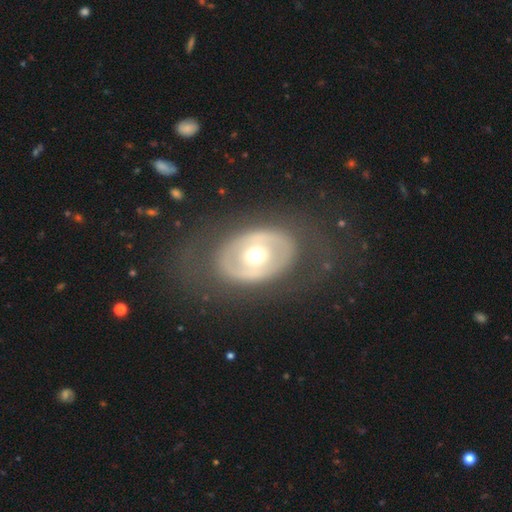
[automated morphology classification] This appears to be a featured or disk galaxy (62%) with no bar (74%), no spiral arms (84%) and a moderate central bulge (73%). Merging: none (74%).